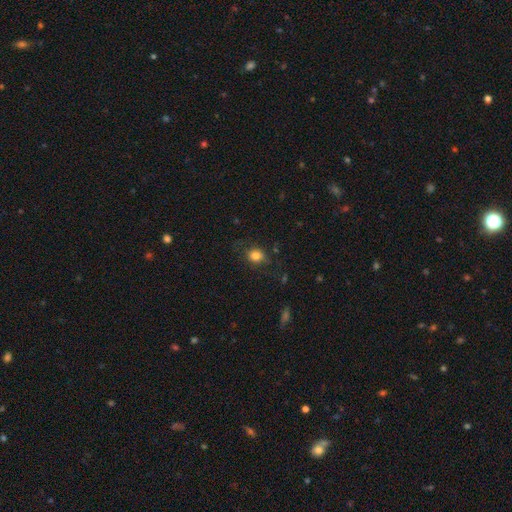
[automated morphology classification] Overall: smooth (82%). How rounded: round (59%; in between 40%). Merging: none (75%).